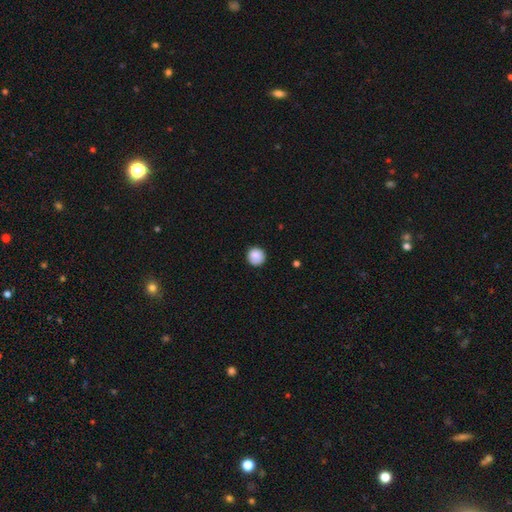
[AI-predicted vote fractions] Smooth or featured? smooth (87%)
How rounded? round (95%)
Merging? none (88%)